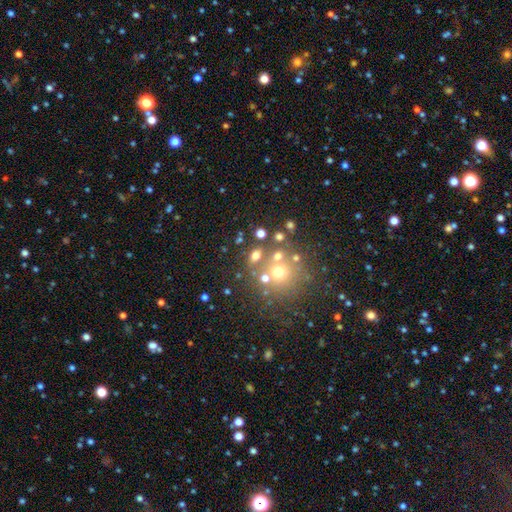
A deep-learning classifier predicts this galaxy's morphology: Smooth or featured? smooth (58%)
How rounded? round (68%)
Merging? none (62%)